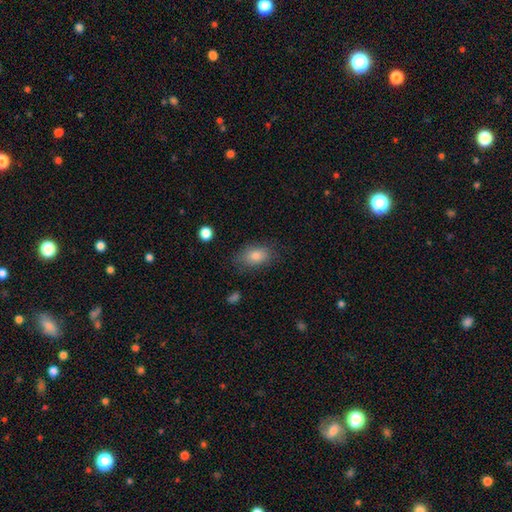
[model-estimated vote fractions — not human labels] Morphology: type=smooth (80%); roundness=in between (84%); merging=none (79%).